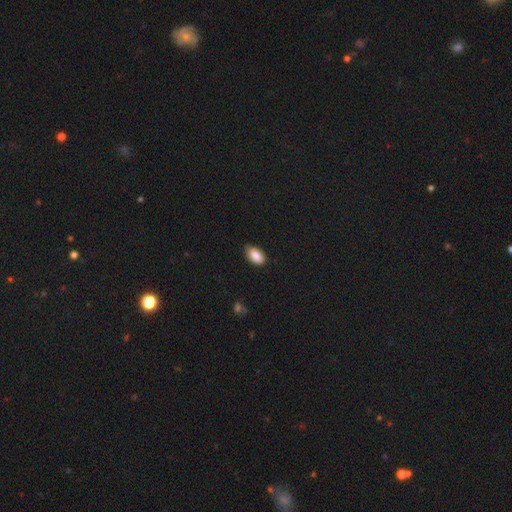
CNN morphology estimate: smooth_or_featured: smooth (p=0.86) [alt: star or artifact p=0.07]
how_rounded: in between (p=0.93) [alt: round p=0.05]
merging: none (p=0.76) [alt: minor disturbance p=0.21]